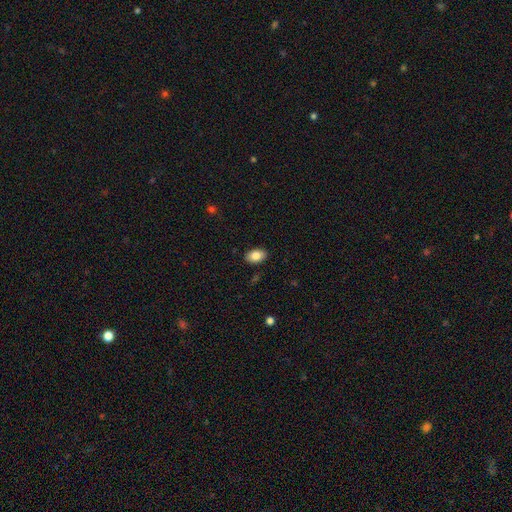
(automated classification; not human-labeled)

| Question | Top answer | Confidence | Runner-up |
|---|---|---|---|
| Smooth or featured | smooth | 84% | featured or disk (8%) |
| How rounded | in between | 90% | round (9%) |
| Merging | none | 88% | minor disturbance (9%) |